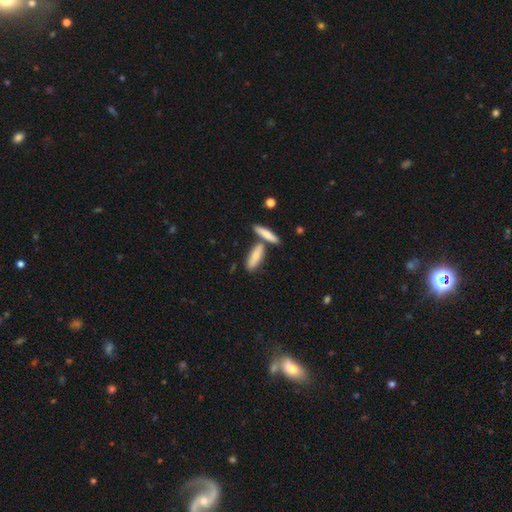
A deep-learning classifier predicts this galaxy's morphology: Smooth or featured: smooth — 74% (featured or disk — 20%)
How rounded: cigar-shaped — 54% (in between — 43%)
Merging: none — 57% (merger — 29%)